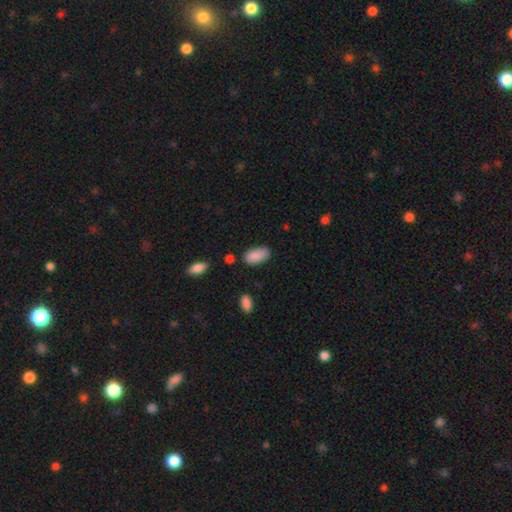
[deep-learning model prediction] smooth 89%, star or artifact 7%, featured or disk 5%. Down the decision tree: how rounded — in between (94%); merging — none (77%).